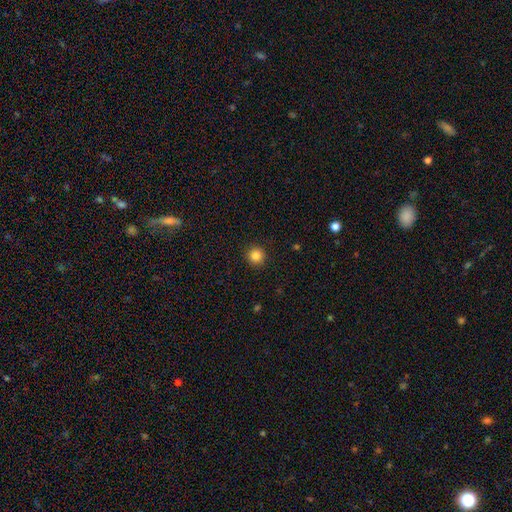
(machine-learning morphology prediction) Q: Smooth or featured?
A: smooth (85%); runner-up: star or artifact (11%)
Q: How rounded?
A: round (94%); runner-up: in between (5%)
Q: Merging?
A: none (92%); runner-up: minor disturbance (5%)